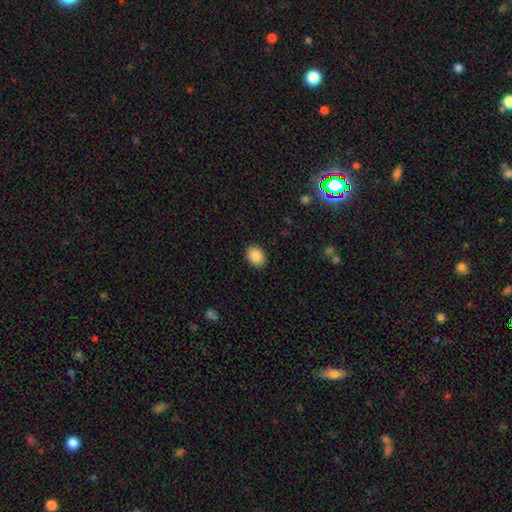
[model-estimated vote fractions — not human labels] This is clearly a smooth galaxy (89%). How rounded: likely in between (60%). Merging: clearly none (89%).